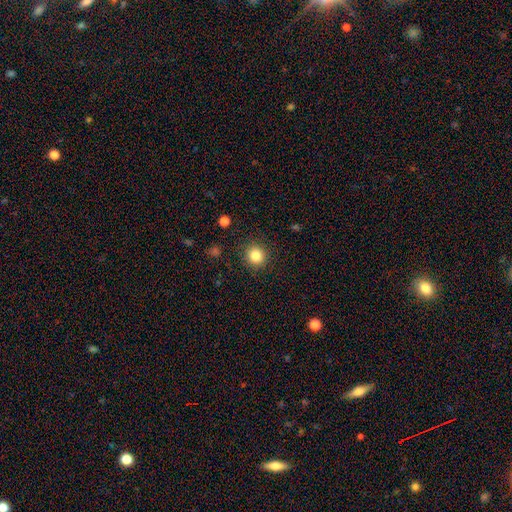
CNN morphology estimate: smooth-or-featured: smooth: 83% | star or artifact: 11% | featured or disk: 6%
  how-rounded: round: 93% | in between: 6% | cigar-shaped: 1%
  merging: none: 90% | minor disturbance: 6% | major disturbance: 2% | merger: 1%